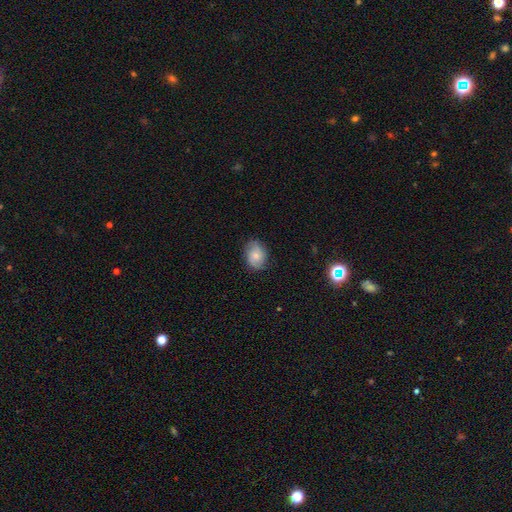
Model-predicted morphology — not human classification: The model was most divided on "how rounded": in between: 61%, round: 37%, cigar-shaped: 1%. More confident: merging — none (77%); smooth or featured — smooth (63%).